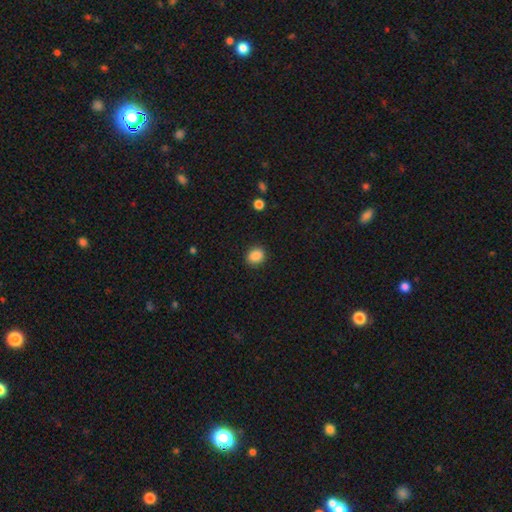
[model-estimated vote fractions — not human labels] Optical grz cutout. It shows a smooth galaxy with no disk features (88%) that is round (67%). Merging: none (89%).